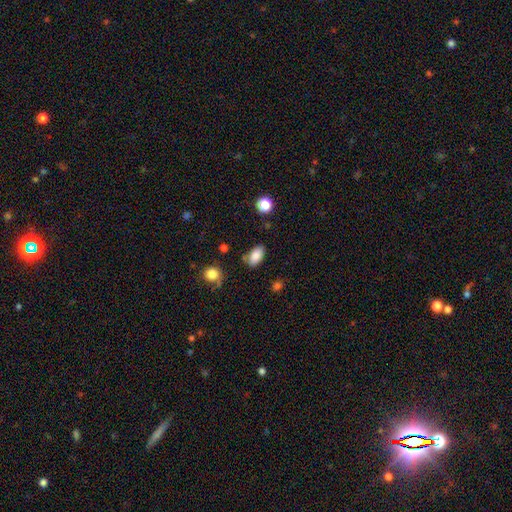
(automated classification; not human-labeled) smooth 85%, star or artifact 8%, featured or disk 6%. Down the decision tree: how rounded — in between (93%); merging — none (75%).